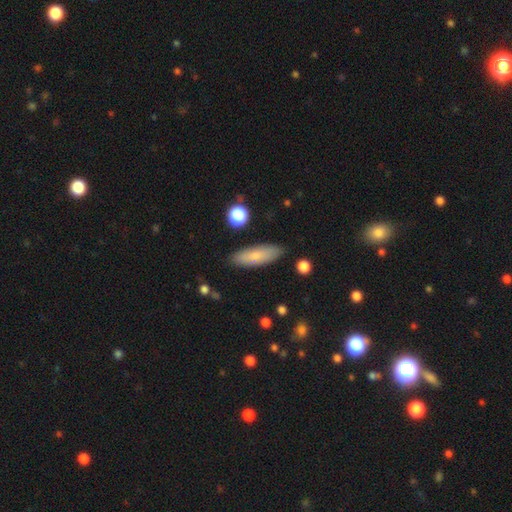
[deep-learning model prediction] Smooth or featured: smooth — 75% (featured or disk — 19%)
How rounded: in between — 50% (cigar-shaped — 48%)
Merging: none — 86% (minor disturbance — 10%)